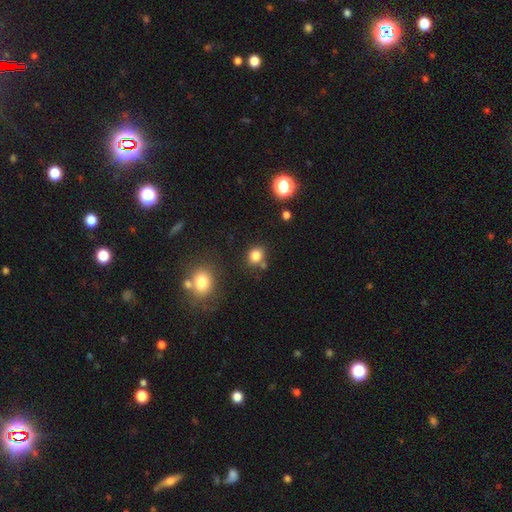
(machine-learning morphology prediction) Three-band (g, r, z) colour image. It shows a smooth galaxy with no disk features (81%) that is round (69%). Merging: none (73%).